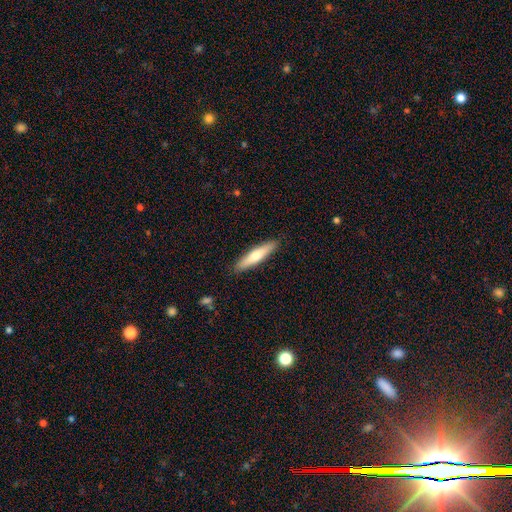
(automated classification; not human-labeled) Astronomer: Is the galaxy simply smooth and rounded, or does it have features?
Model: smooth — 61%.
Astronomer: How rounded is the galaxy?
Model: cigar-shaped — 85%.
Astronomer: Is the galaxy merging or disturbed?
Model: none — 90%.